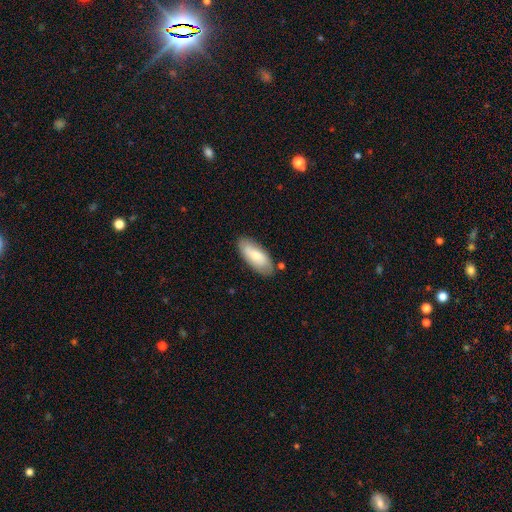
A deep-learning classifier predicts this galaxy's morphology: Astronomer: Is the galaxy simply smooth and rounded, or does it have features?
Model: smooth — 72%.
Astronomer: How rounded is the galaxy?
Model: in between — 83%.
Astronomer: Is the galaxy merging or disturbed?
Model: none — 79%.